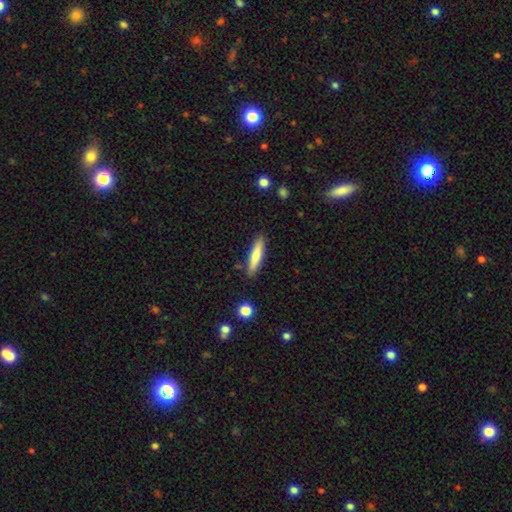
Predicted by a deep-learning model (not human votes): The model was most divided on "smooth or featured": smooth: 74%, featured or disk: 20%, star or artifact: 6%. More confident: merging — none (87%); how rounded — cigar-shaped (83%).